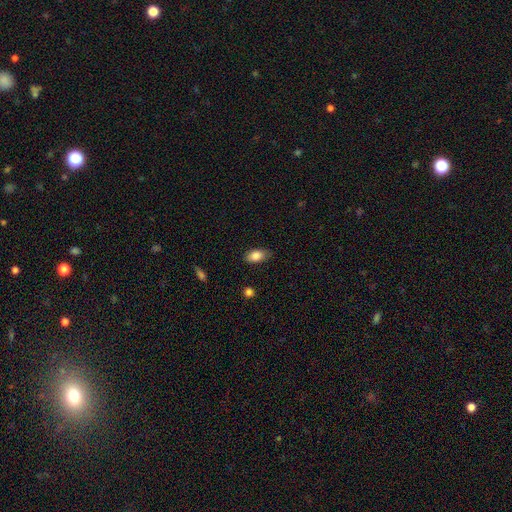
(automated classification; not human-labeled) This appears to be a smooth galaxy with no disk features (85%) that is in between round and cigar-shaped (91%). Merging: none (78%).